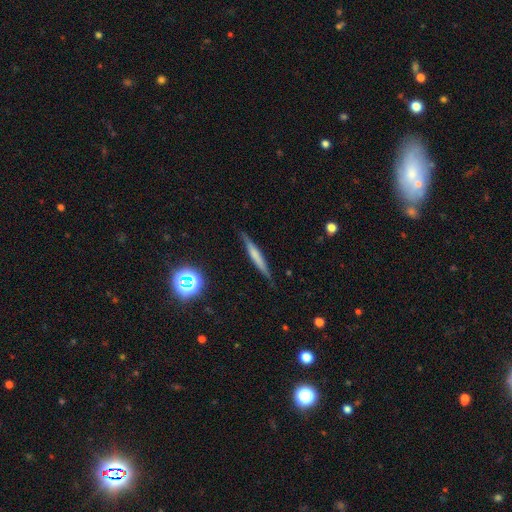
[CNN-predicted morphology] Smooth or featured? Predicted: smooth (p=0.49). Merging? Predicted: none (p=0.85).